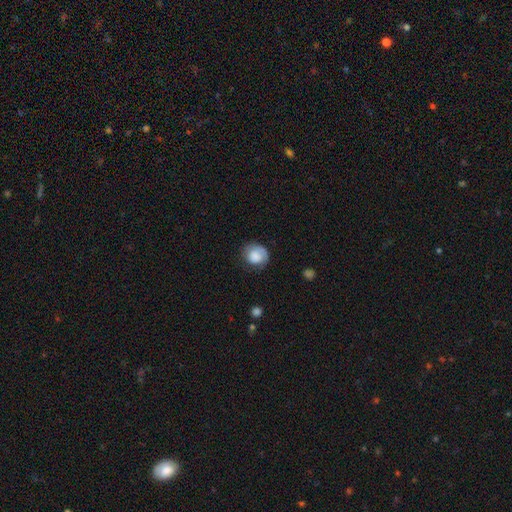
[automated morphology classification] Smooth or featured? Predicted: smooth (p=0.66). How rounded? Predicted: round (p=0.68). Merging? Predicted: none (p=0.60).